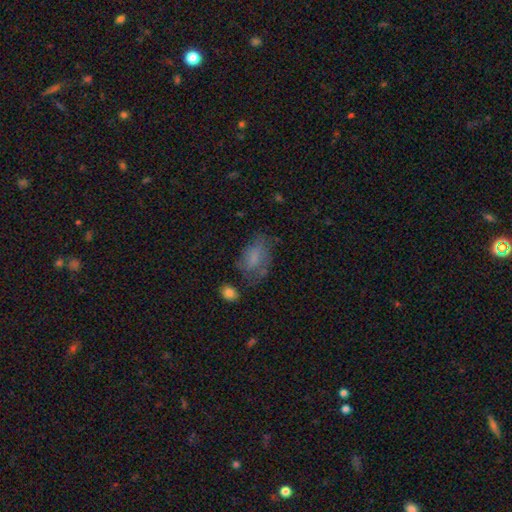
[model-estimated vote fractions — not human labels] A smooth galaxy with no disk features (64%) that is in between round and cigar-shaped (85%).

Vote fractions:
- Smooth or featured? smooth: 64% / featured or disk: 25% / star or artifact: 12%
- How rounded? in between: 85% / round: 13% / cigar-shaped: 2%
- Merging? none: 47% / minor disturbance: 28% / major disturbance: 20% / merger: 5%